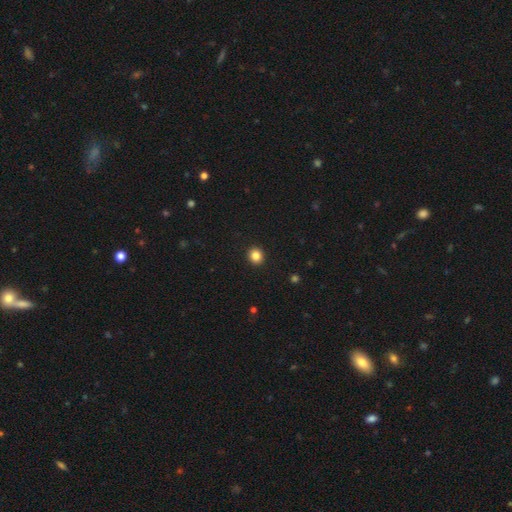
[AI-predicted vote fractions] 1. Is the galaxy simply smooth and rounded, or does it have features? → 84% smooth, 11% star or artifact, 5% featured or disk.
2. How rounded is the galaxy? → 86% round, 13% in between, 1% cigar-shaped.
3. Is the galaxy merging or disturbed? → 93% none, 4% minor disturbance, 2% major disturbance, 1% merger.